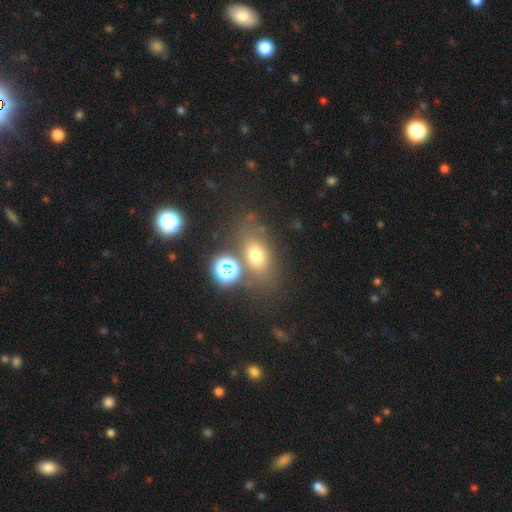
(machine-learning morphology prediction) A smooth galaxy with no disk features (65%) that is in between round and cigar-shaped (66%).

Vote fractions:
- Smooth or featured? smooth: 65% / star or artifact: 21% / featured or disk: 14%
- How rounded? in between: 66% / round: 31% / cigar-shaped: 4%
- Merging? none: 66% / minor disturbance: 14% / merger: 13% / major disturbance: 7%